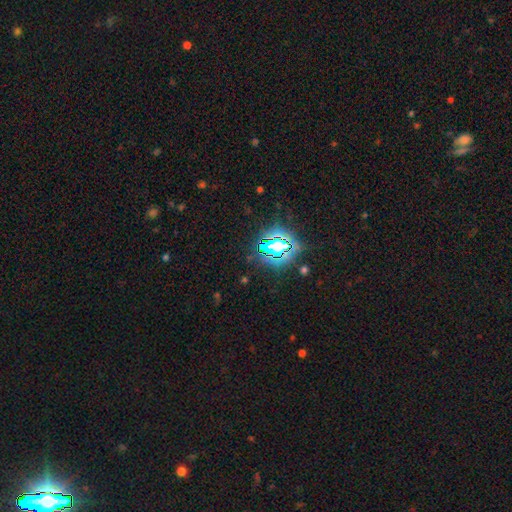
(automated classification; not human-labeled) Q: Smooth or featured?
A: star or artifact (81%); runner-up: smooth (11%)